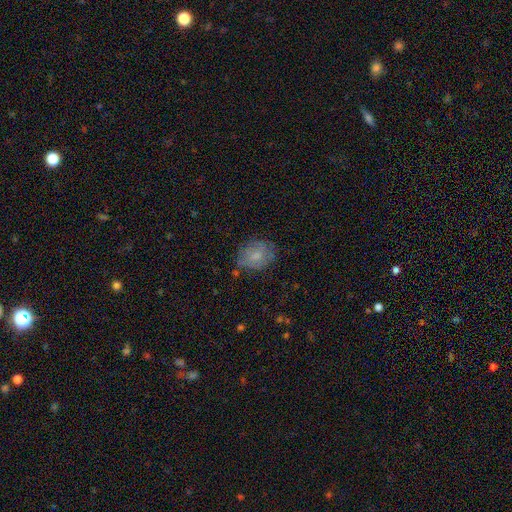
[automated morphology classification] Overall: smooth (68%). How rounded: in between (55%; round 44%). Merging: none (64%; minor disturbance 25%).